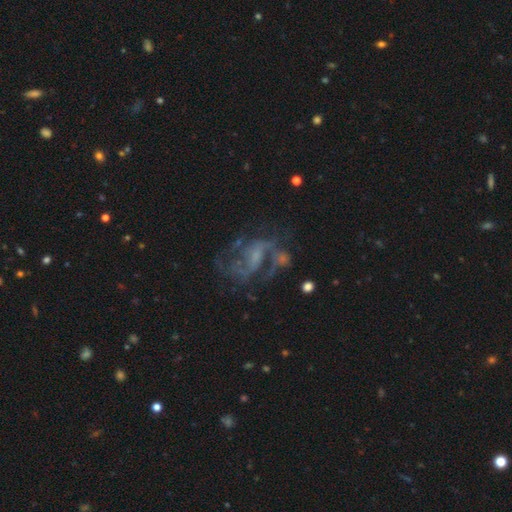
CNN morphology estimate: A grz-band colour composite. It shows a featured or disk galaxy (76%) with a weak bar (44%), 2 (56%) medium (45%) spiral arms (81%) and a small central bulge (43%). Merging: none (45%).